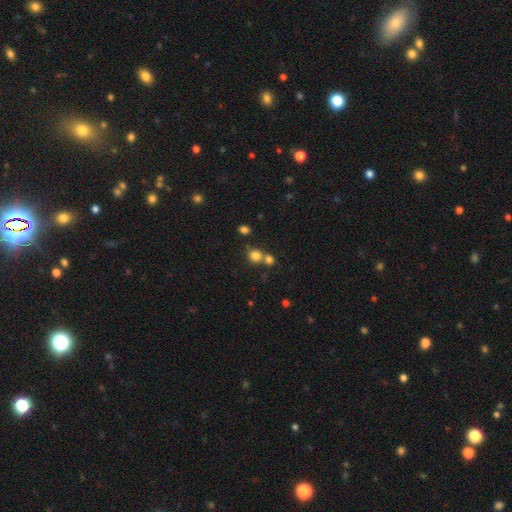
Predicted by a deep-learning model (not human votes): The model was most divided on "merging": none: 54%, merger: 35%, minor disturbance: 8%, major disturbance: 4%. More confident: how rounded — round (84%); smooth or featured — smooth (79%).